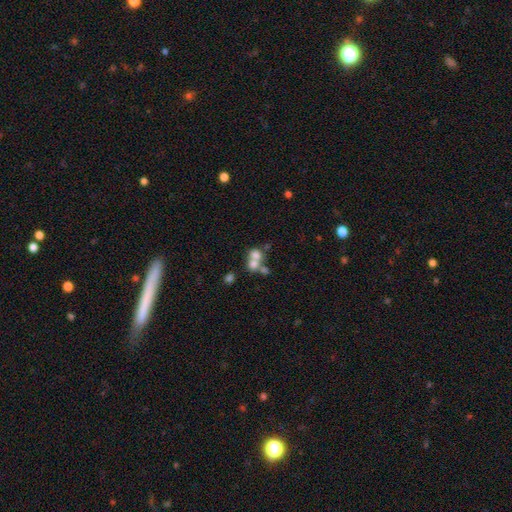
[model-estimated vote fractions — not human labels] Smooth or featured?
  - smooth: 63% *
  - featured or disk: 23%
  - star or artifact: 13%
How rounded?
  - round: 66% *
  - in between: 33%
  - cigar-shaped: 1%
Merging?
  - merger: 63% *
  - none: 25%
  - minor disturbance: 6%
  - major disturbance: 5%